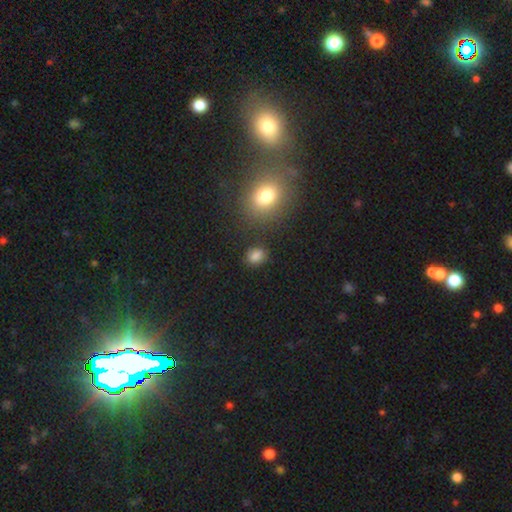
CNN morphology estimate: Smooth or featured? smooth (81%)
How rounded? in between (52%)
Merging? none (78%)